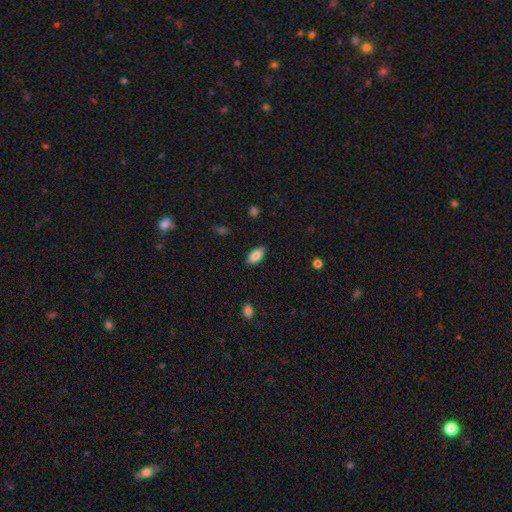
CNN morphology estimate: Overall: smooth (86%). How rounded: in between (91%). Merging: none (87%).